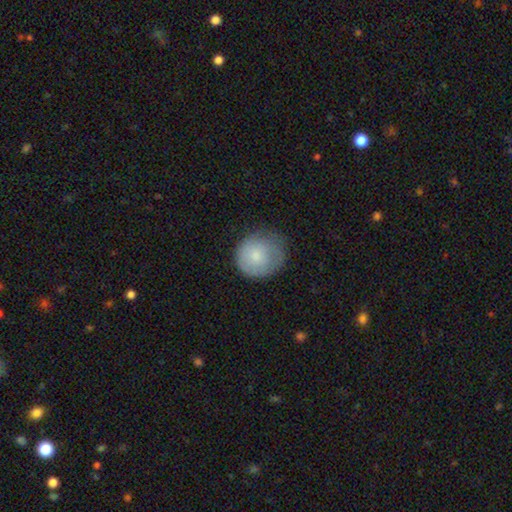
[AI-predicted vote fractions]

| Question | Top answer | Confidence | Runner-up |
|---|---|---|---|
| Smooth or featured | smooth | 78% | featured or disk (16%) |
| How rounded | round | 86% | in between (13%) |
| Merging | none | 58% | minor disturbance (30%) |